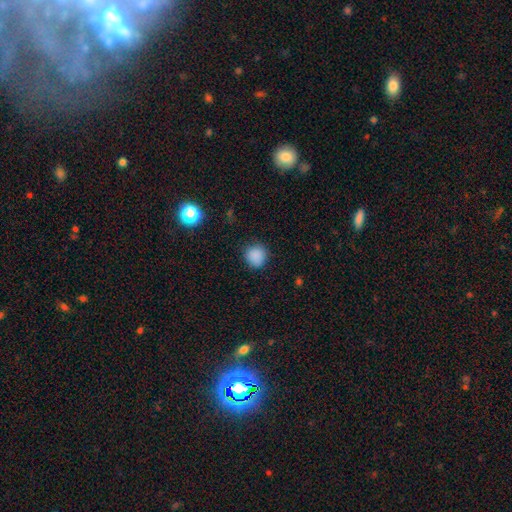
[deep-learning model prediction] smooth_or_featured: smooth (p=0.86) [alt: star or artifact p=0.11]
how_rounded: round (p=0.91) [alt: in between p=0.08]
merging: none (p=0.86) [alt: minor disturbance p=0.10]